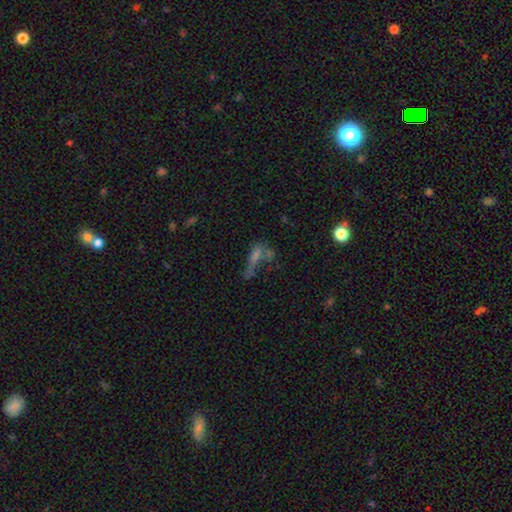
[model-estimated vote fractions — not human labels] smooth_or_featured: smooth (p=0.37) [alt: featured or disk p=0.35]
merging: none (p=0.34) [alt: major disturbance p=0.27]